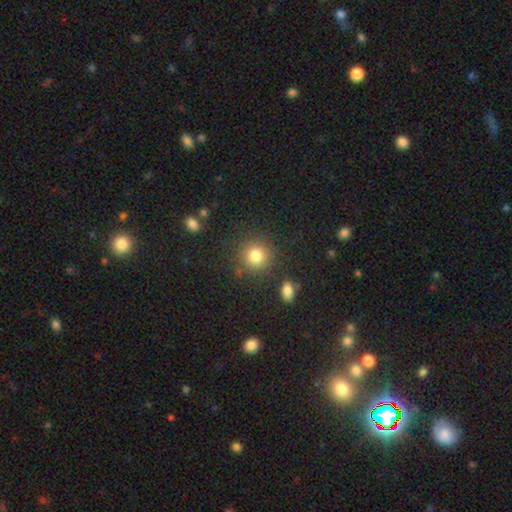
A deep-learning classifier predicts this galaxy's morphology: The model was most divided on "smooth or featured": smooth: 82%, star or artifact: 12%, featured or disk: 6%. More confident: how rounded — round (90%); merging — none (83%).